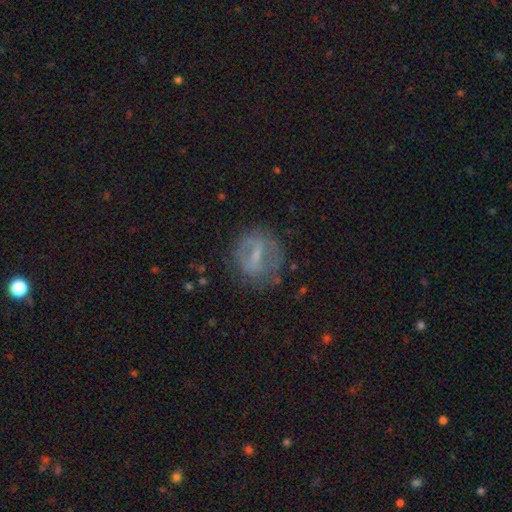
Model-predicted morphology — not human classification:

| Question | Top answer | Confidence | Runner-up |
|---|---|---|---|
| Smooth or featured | featured or disk | 56% | smooth (33%) |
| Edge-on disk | no | 91% | yes (9%) |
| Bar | strong | 42% | weak (40%) |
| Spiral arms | no | 62% | yes (38%) |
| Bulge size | small | 47% | moderate (25%) |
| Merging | none | 69% | minor disturbance (18%) |